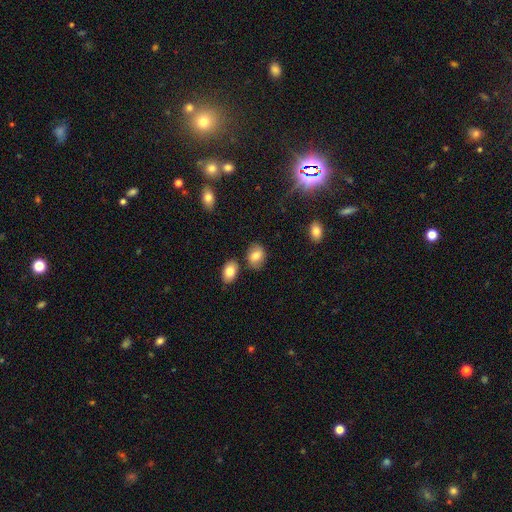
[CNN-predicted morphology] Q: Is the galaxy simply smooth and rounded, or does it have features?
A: smooth — 77%.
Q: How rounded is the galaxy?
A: in between — 69%.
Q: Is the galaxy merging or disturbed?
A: none — 76%.